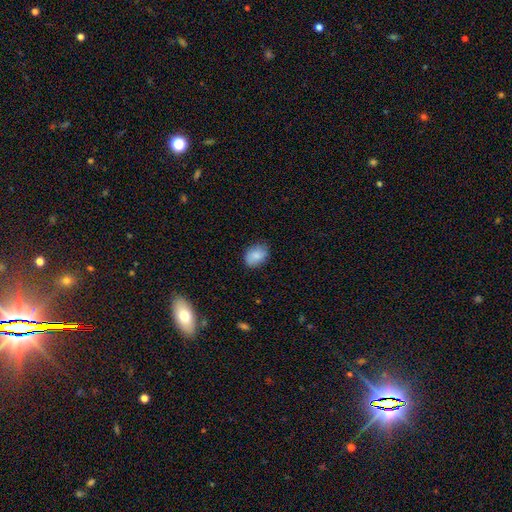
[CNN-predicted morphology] This appears to be a smooth galaxy with no disk features (84%) that is in between round and cigar-shaped (71%). Merging: none (80%).